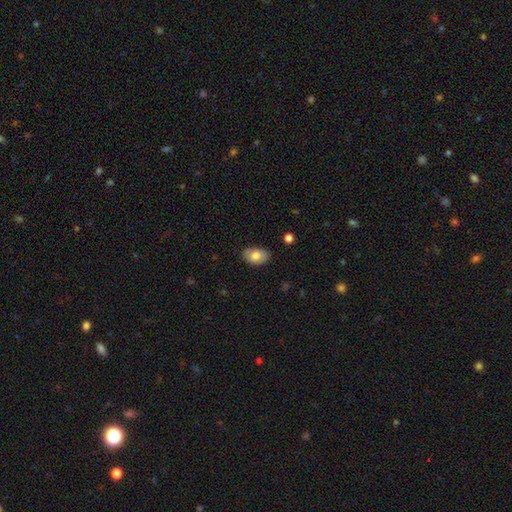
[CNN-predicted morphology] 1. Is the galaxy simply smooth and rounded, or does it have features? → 77% smooth, 16% featured or disk, 7% star or artifact.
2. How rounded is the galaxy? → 89% in between, 10% round, 1% cigar-shaped.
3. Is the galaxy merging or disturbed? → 82% none, 14% minor disturbance, 3% major disturbance, 1% merger.